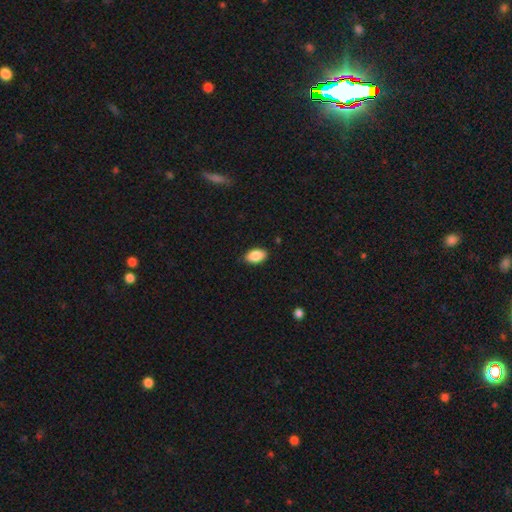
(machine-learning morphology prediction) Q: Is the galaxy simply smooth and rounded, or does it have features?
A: smooth — 88%.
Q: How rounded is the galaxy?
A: in between — 93%.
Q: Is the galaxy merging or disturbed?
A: none — 86%.